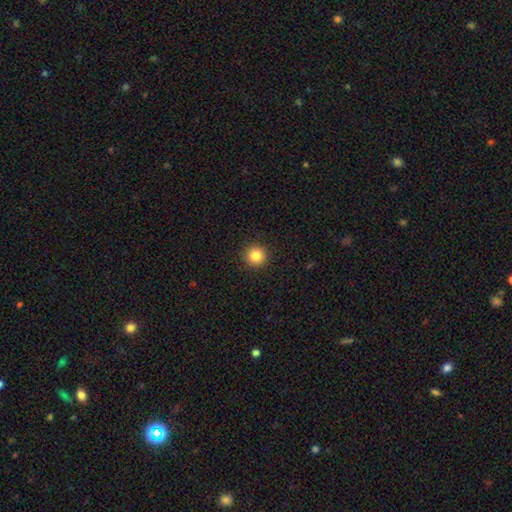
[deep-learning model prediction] This is clearly a smooth galaxy (85%). How rounded: clearly round (95%). Merging: clearly none (93%).